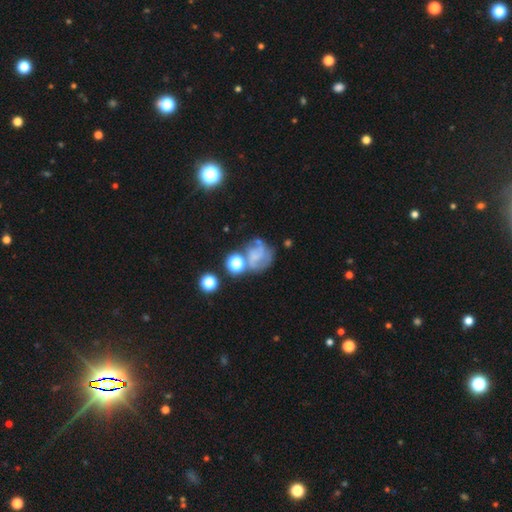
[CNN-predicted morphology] This is possibly a featured or disk galaxy (49%). Merging: marginally none (42%).